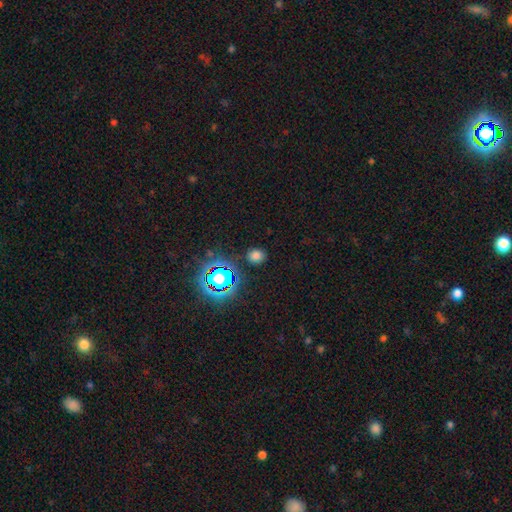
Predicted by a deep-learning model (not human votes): Smooth or featured?
  - smooth: 69% *
  - star or artifact: 25%
  - featured or disk: 6%
How rounded?
  - round: 64% *
  - in between: 34%
  - cigar-shaped: 1%
Merging?
  - none: 86% *
  - minor disturbance: 9%
  - major disturbance: 3%
  - merger: 2%